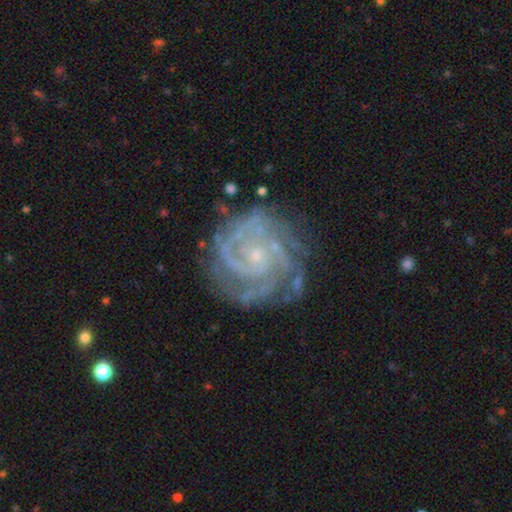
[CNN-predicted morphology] Smooth or featured?
  - featured or disk: 91% *
  - star or artifact: 6%
  - smooth: 4%
Edge-on disk?
  - no: 98% *
  - yes: 2%
Bar?
  - no: 72% *
  - weak: 22%
  - strong: 7%
Spiral arms?
  - yes: 98% *
  - no: 2%
Spiral winding?
  - tight: 75% *
  - medium: 23%
  - loose: 3%
Spiral arm count?
  - 3: 30% *
  - 2: 25%
  - 4: 17%
  - can't tell: 14%
  - more than 4: 7%
  - 1: 6%
Bulge size?
  - small: 80% *
  - moderate: 14%
  - none: 4%
  - large: 1%
  - dominant: 1%
Merging?
  - none: 74% *
  - minor disturbance: 17%
  - major disturbance: 7%
  - merger: 2%